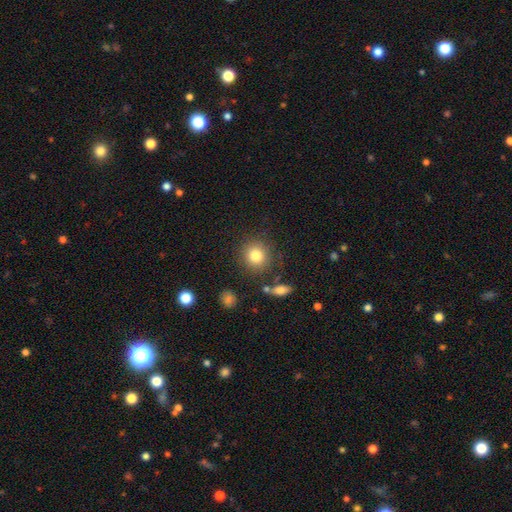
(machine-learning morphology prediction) This appears to be a smooth galaxy with no disk features (82%) that is round (88%). Merging: none (82%).